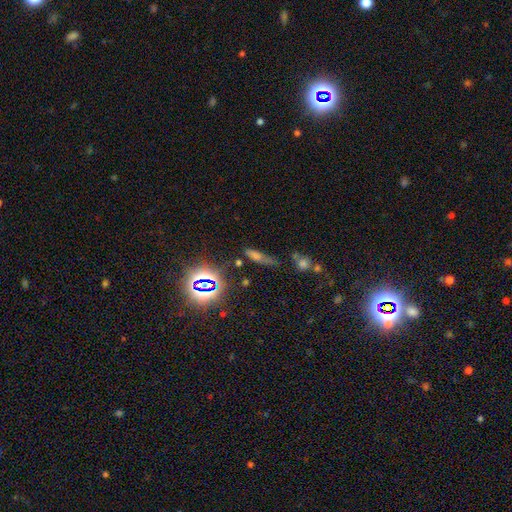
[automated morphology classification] Overall: star or artifact (42%; smooth 38%).